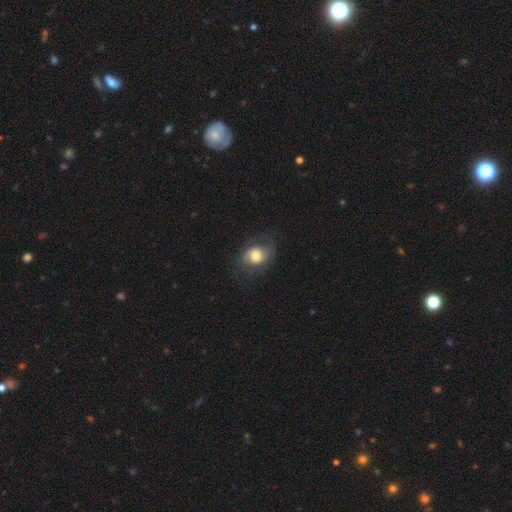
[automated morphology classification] This appears to be a smooth galaxy with no disk features (65%) that is in between round and cigar-shaped (59%). Merging: none (62%).